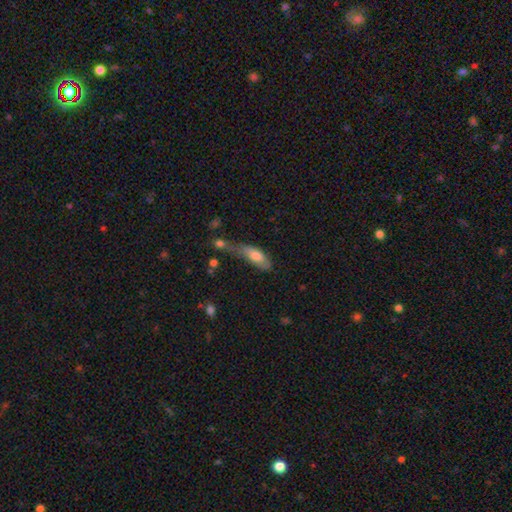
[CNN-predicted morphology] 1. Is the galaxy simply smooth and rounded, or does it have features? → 71% smooth, 22% featured or disk, 7% star or artifact.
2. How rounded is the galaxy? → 67% in between, 30% cigar-shaped, 3% round.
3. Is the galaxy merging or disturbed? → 27% major disturbance, 26% minor disturbance, 25% merger, 22% none.